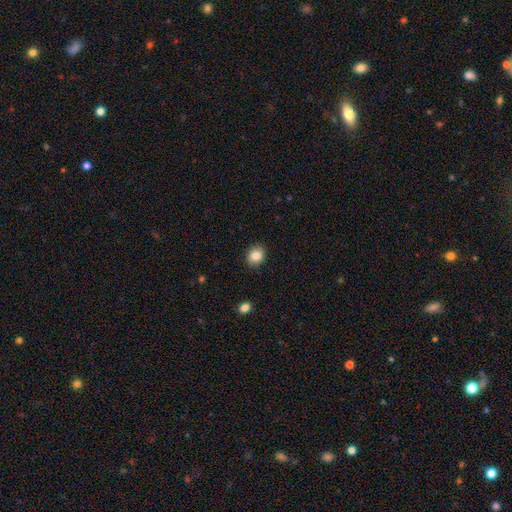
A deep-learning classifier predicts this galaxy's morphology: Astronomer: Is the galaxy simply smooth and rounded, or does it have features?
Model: smooth — 85%.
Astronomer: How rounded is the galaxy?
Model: round — 54% (runner-up: in between, 45%).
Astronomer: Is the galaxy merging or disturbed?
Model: none — 88%.